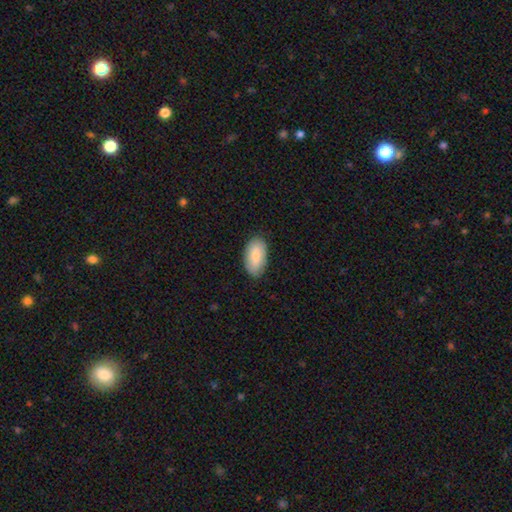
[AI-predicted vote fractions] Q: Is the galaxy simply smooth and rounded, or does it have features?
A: smooth — 82%.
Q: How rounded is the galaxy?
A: in between — 95%.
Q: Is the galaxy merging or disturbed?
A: none — 85%.